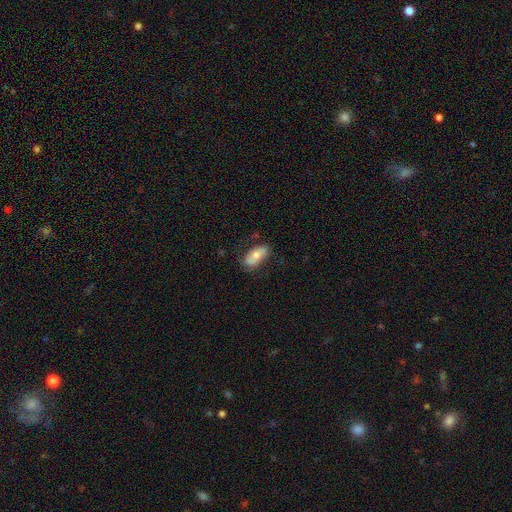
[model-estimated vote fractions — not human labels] Smooth or featured?
  - smooth: 62% *
  - featured or disk: 31%
  - star or artifact: 7%
How rounded?
  - in between: 88% *
  - cigar-shaped: 8%
  - round: 4%
Merging?
  - none: 71% *
  - minor disturbance: 21%
  - major disturbance: 6%
  - merger: 2%